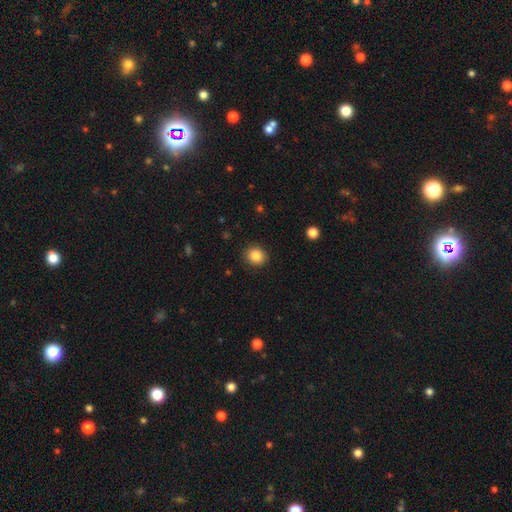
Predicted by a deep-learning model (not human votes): Smooth or featured? smooth (86%)
How rounded? round (77%)
Merging? none (90%)